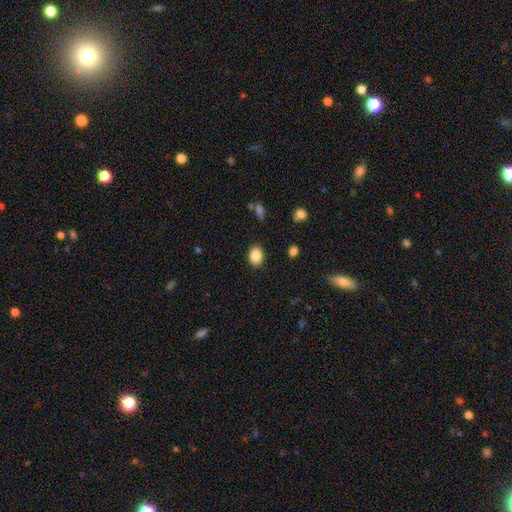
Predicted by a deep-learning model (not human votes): Smooth or featured? Predicted: smooth (p=0.86). How rounded? Predicted: in between (p=0.63). Merging? Predicted: none (p=0.88).